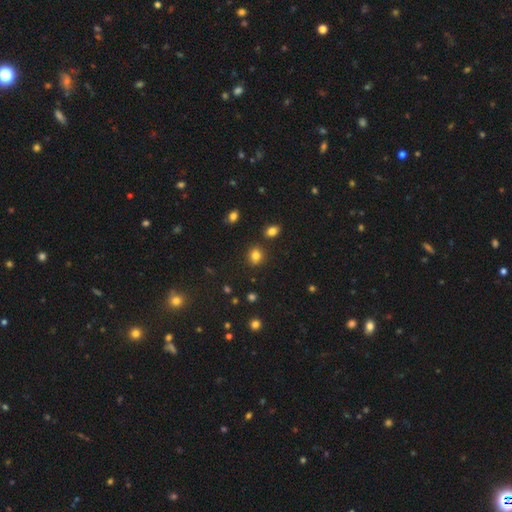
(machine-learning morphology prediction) This appears to be a smooth galaxy with no disk features (81%) that is round (65%). Merging: none (82%).